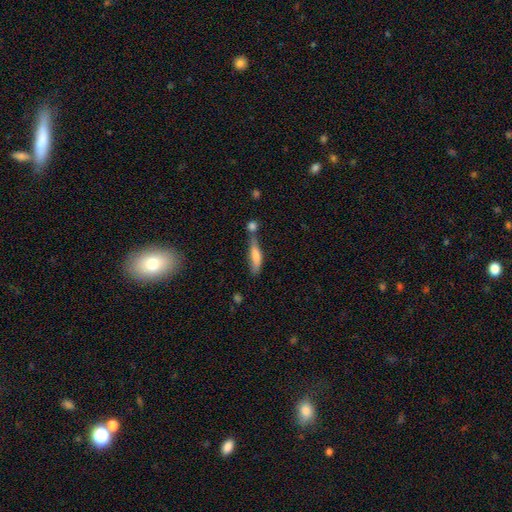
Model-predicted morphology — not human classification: Smooth or featured: smooth — 65% (featured or disk — 28%)
How rounded: cigar-shaped — 70% (in between — 28%)
Merging: none — 40% (merger — 32%)